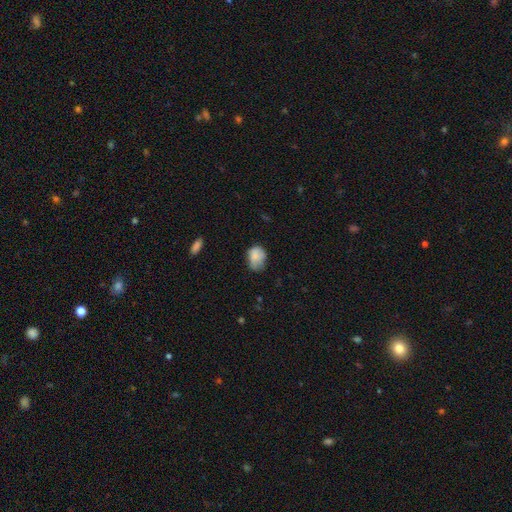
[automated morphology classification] Overall: smooth (78%). How rounded: in between (66%; round 33%). Merging: none (47%; minor disturbance 36%).